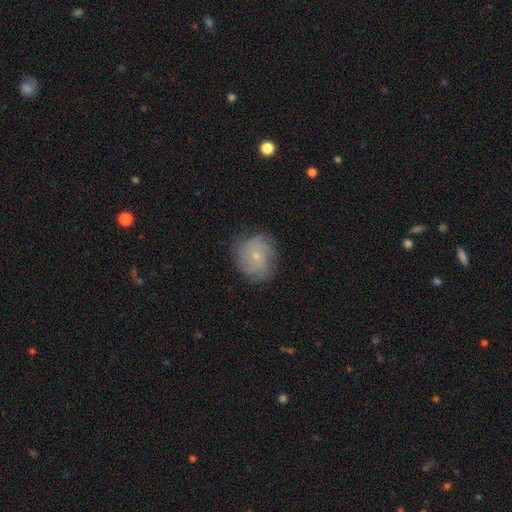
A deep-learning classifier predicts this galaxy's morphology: Q: Smooth or featured?
A: featured or disk (56%); runner-up: smooth (34%)
Q: Edge-on disk?
A: no (97%); runner-up: yes (3%)
Q: Bar?
A: no (84%); runner-up: weak (14%)
Q: Spiral arms?
A: yes (85%); runner-up: no (15%)
Q: Bulge size?
A: small (80%); runner-up: moderate (16%)
Q: Merging?
A: none (76%); runner-up: minor disturbance (17%)